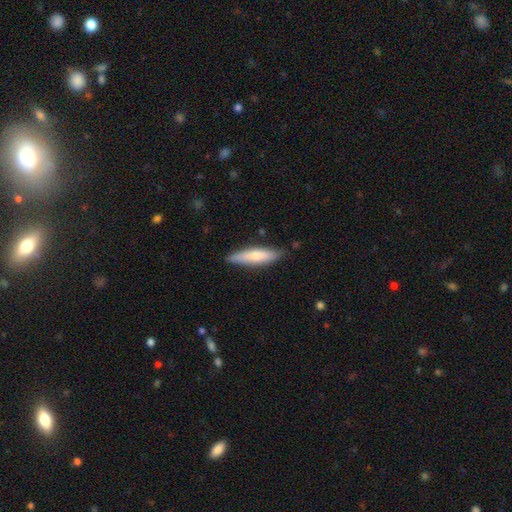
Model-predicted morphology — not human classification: smooth 68%, featured or disk 27%, star or artifact 5%. Down the decision tree: how rounded — cigar-shaped (75%); merging — none (82%).